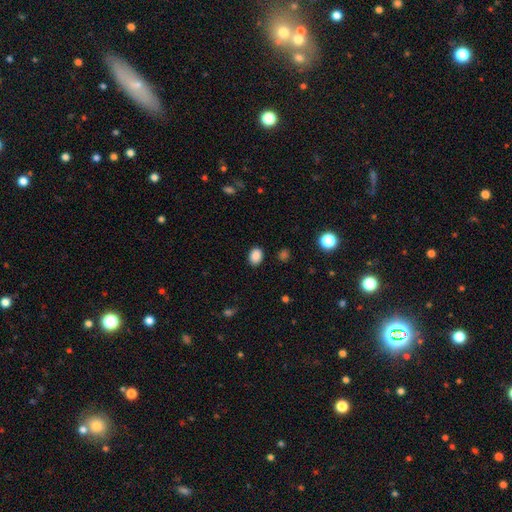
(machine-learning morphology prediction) The model was most divided on "how rounded": in between: 66%, round: 33%, cigar-shaped: 1%. More confident: merging — none (88%); smooth or featured — smooth (87%).